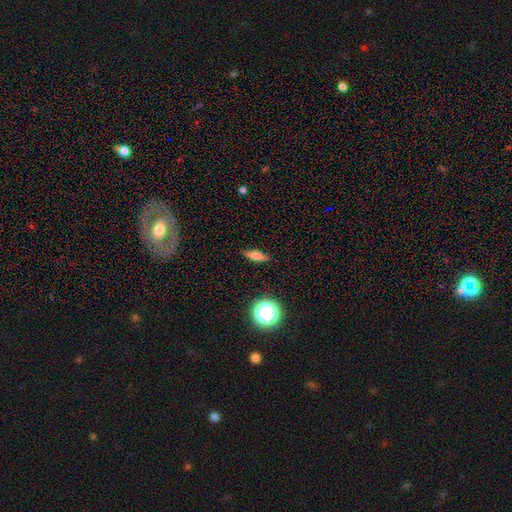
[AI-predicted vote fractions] A smooth galaxy with no disk features (57%) that is cigar-shaped (47%).

Vote fractions:
- Smooth or featured? smooth: 57% / featured or disk: 31% / star or artifact: 11%
- How rounded? cigar-shaped: 47% / in between: 45% / round: 9%
- Merging? none: 85% / minor disturbance: 11% / major disturbance: 3% / merger: 1%